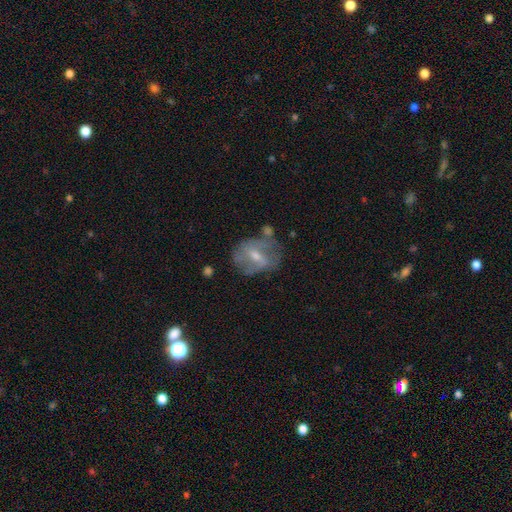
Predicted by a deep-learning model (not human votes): The model was most divided on "spiral arms" (2-way tie): yes: 50%, no: 50%. Remaining: edge-on disk — no (95%); smooth or featured — featured or disk (60%); merging — none (53%); bulge size — moderate (48%); bar — weak (48%).